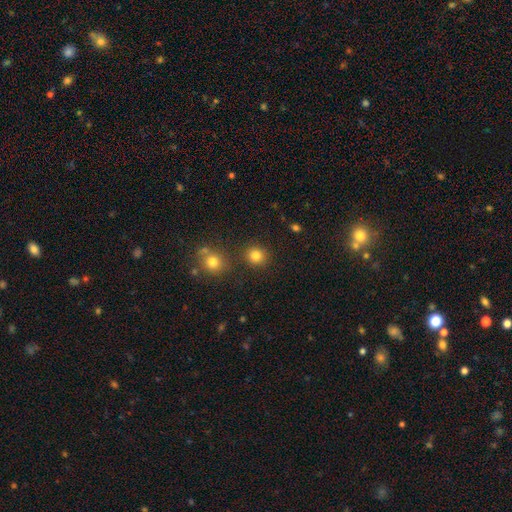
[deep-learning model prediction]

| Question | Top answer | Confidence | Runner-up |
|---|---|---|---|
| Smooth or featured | smooth | 82% | star or artifact (13%) |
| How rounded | round | 90% | in between (9%) |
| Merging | none | 85% | minor disturbance (7%) |